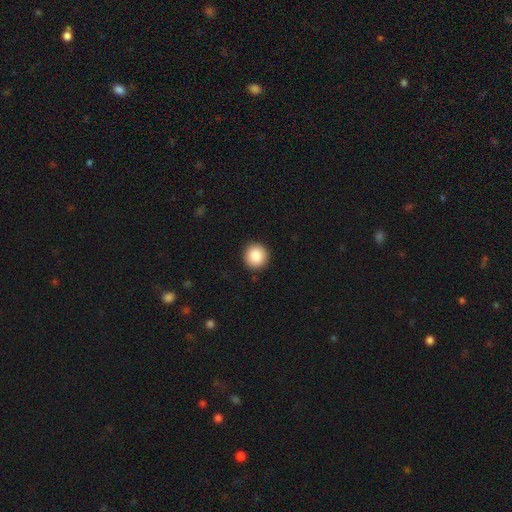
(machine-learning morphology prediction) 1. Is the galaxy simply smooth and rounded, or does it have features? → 88% smooth, 8% star or artifact, 4% featured or disk.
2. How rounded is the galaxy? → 94% round, 5% in between, 1% cigar-shaped.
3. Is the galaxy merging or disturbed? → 92% none, 5% minor disturbance, 2% major disturbance, 1% merger.